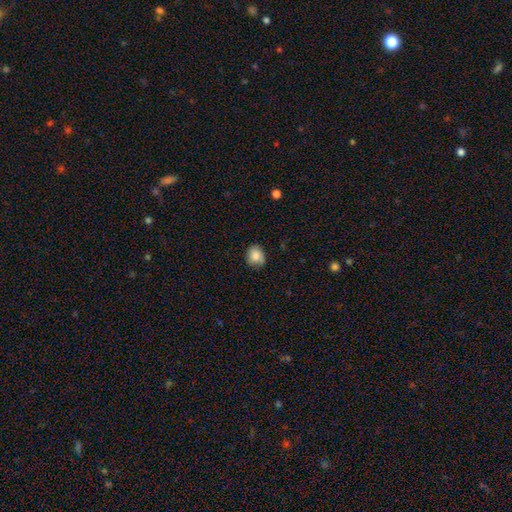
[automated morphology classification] Smooth or featured? Predicted: smooth (p=0.83). How rounded? Predicted: round (p=0.67). Merging? Predicted: none (p=0.76).